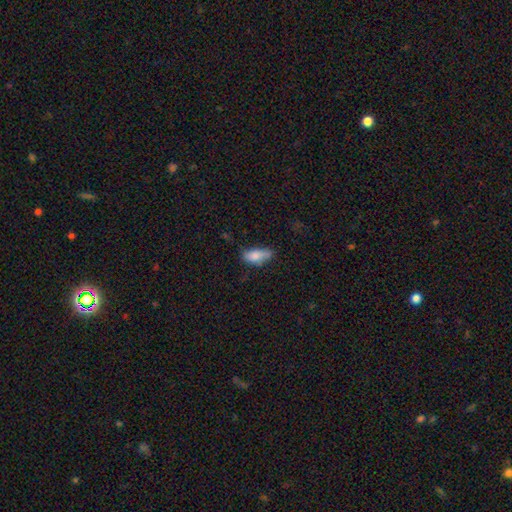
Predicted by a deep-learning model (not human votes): smooth-or-featured: smooth: 78% | featured or disk: 14% | star or artifact: 8%
  how-rounded: in between: 83% | cigar-shaped: 14% | round: 3%
  merging: none: 43% | minor disturbance: 37% | major disturbance: 14% | merger: 5%